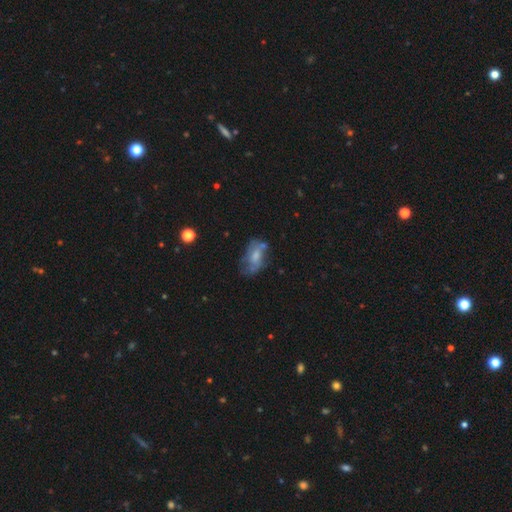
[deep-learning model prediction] A featured or disk galaxy (49%).

Vote fractions:
- Smooth or featured? featured or disk: 49% / smooth: 42% / star or artifact: 10%
- Merging? none: 45% / minor disturbance: 26% / major disturbance: 21% / merger: 7%